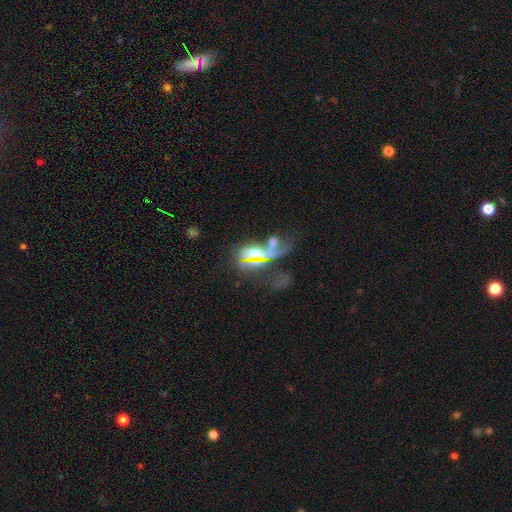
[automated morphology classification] Overall: smooth (36%; featured or disk 34%). Merging: merger (45%; major disturbance 22%).